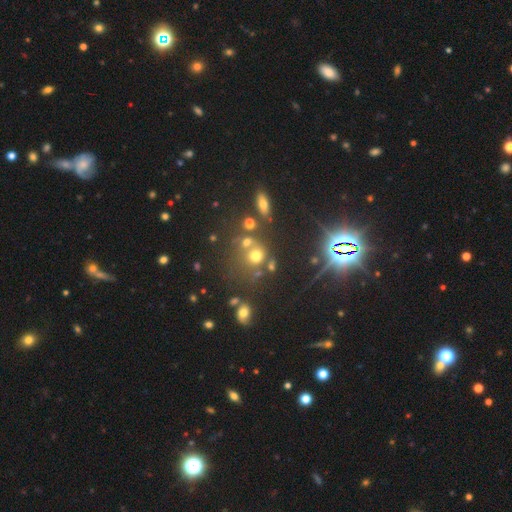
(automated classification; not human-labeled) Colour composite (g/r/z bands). It shows a smooth galaxy with no disk features (60%) that is round (76%). Merging: none (48%).